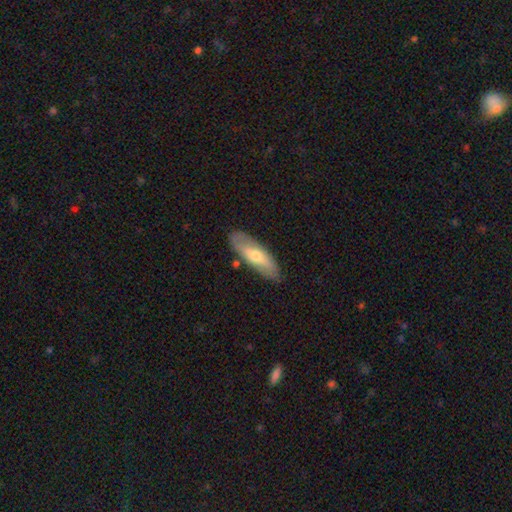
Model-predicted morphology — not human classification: A smooth galaxy with no disk features (54%) that is in between round and cigar-shaped (60%). Merging: none (81%).